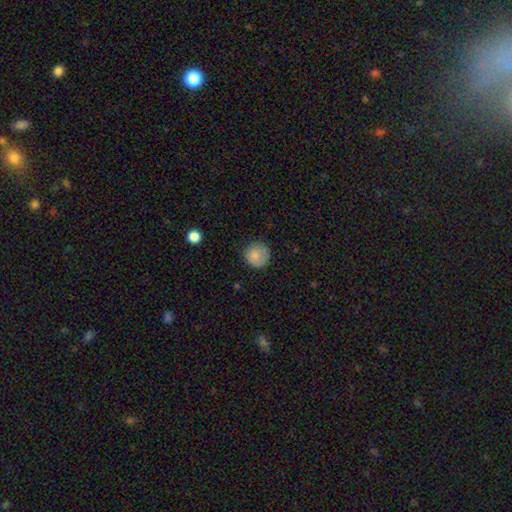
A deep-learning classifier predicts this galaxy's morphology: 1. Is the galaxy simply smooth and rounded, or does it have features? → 84% smooth, 9% star or artifact, 7% featured or disk.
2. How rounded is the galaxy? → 93% round, 6% in between, 1% cigar-shaped.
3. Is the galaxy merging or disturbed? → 80% none, 15% minor disturbance, 4% major disturbance, 1% merger.